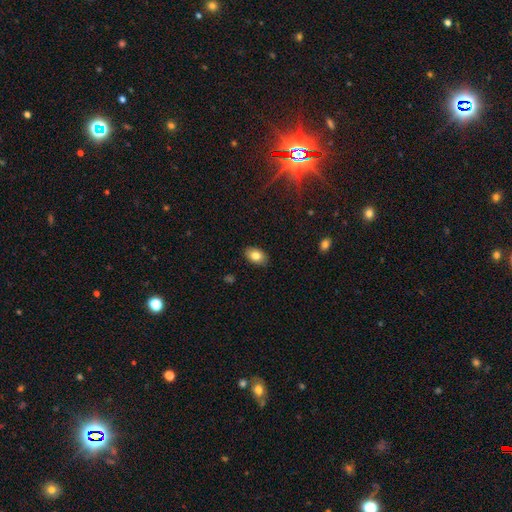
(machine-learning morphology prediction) smooth-or-featured: smooth: 81% | featured or disk: 11% | star or artifact: 8%
  how-rounded: in between: 87% | round: 12% | cigar-shaped: 1%
  merging: none: 87% | minor disturbance: 10% | major disturbance: 2% | merger: 1%